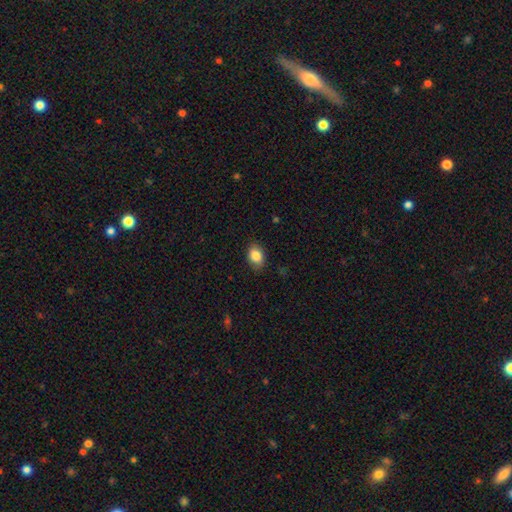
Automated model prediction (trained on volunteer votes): Smooth or featured? Predicted: smooth (p=0.85). How rounded? Predicted: in between (p=0.74). Merging? Predicted: none (p=0.84).